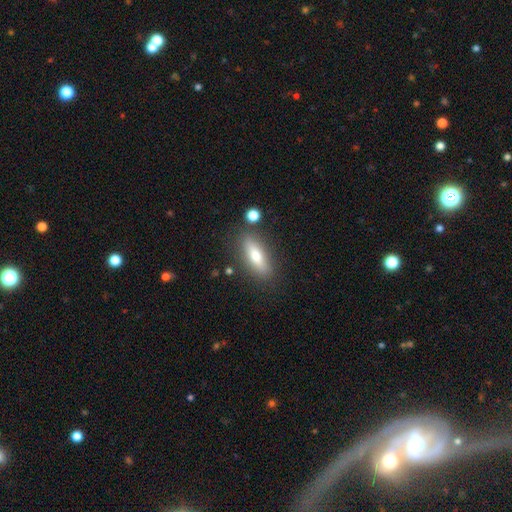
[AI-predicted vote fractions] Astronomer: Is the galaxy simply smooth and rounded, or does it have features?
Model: smooth — 66%.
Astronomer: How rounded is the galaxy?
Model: in between — 55% (runner-up: cigar-shaped, 42%).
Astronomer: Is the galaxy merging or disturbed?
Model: none — 82%.